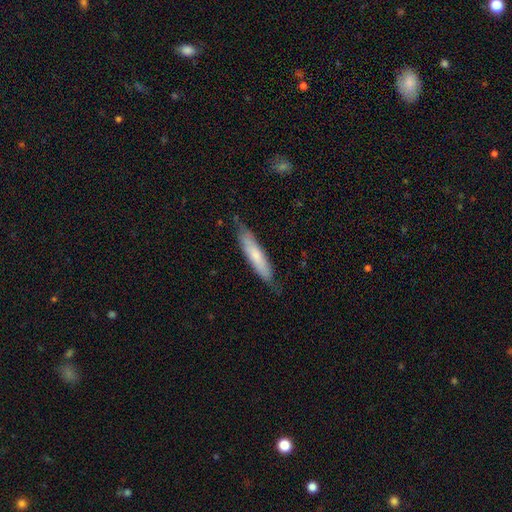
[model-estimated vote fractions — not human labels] Morphology: type=smooth (65%); roundness=cigar-shaped (83%); merging=none (74%).